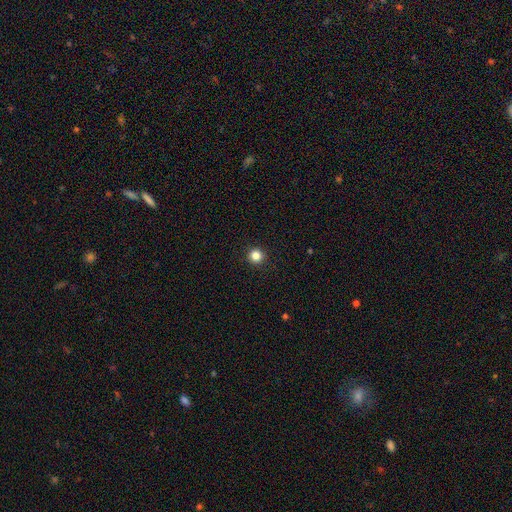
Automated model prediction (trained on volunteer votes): smooth 84%, star or artifact 12%, featured or disk 4%. Down the decision tree: how rounded — round (96%); merging — none (94%).